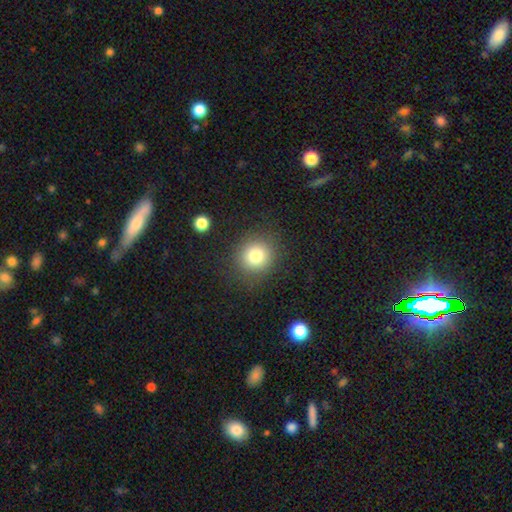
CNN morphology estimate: Q: Smooth or featured?
A: smooth (79%); runner-up: star or artifact (12%)
Q: How rounded?
A: round (88%); runner-up: in between (12%)
Q: Merging?
A: none (86%); runner-up: minor disturbance (8%)